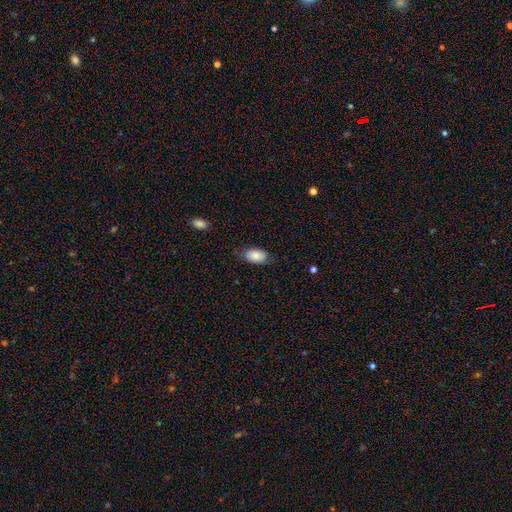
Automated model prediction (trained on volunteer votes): Morphology: type=smooth (86%); roundness=in between (93%); merging=none (77%).